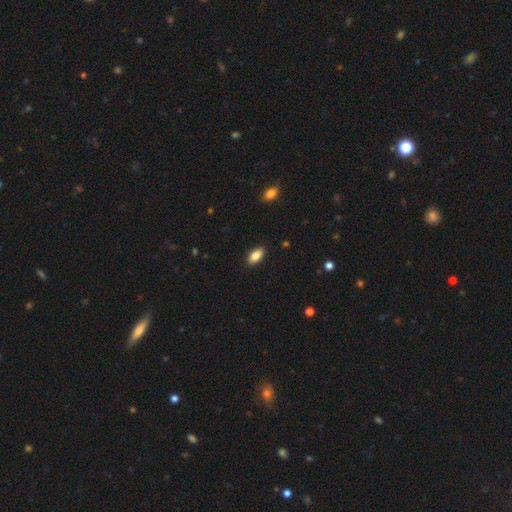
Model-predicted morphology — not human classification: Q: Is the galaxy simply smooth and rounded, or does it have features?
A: smooth — 87%.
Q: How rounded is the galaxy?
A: in between — 92%.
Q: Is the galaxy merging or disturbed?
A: none — 89%.